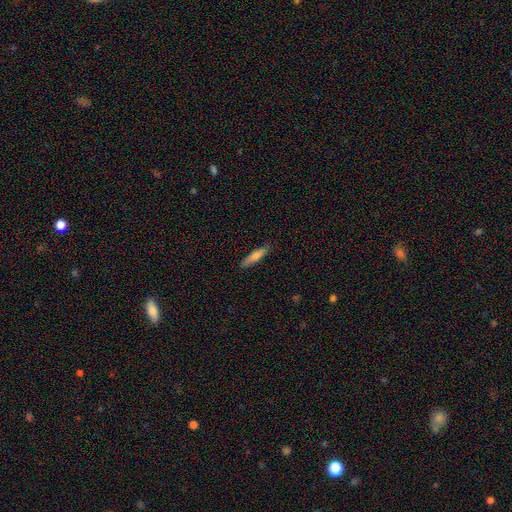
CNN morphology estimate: Smooth or featured? Predicted: smooth (p=0.63). How rounded? Predicted: cigar-shaped (p=0.83). Merging? Predicted: none (p=0.86).